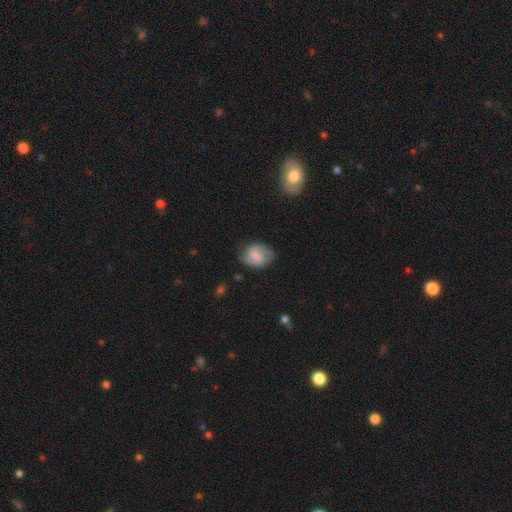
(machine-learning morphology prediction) The model was most divided on "smooth or featured": smooth: 57%, featured or disk: 35%, star or artifact: 8%. More confident: merging — none (69%); how rounded — in between (61%).